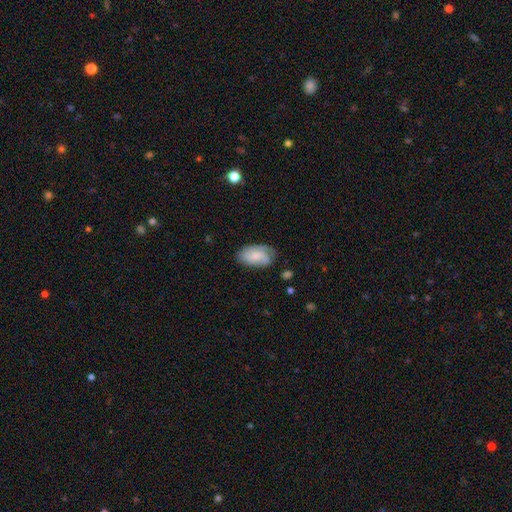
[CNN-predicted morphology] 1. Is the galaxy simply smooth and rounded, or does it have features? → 47% smooth, 46% featured or disk, 7% star or artifact.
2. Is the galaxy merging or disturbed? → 66% none, 25% minor disturbance, 8% major disturbance, 2% merger.